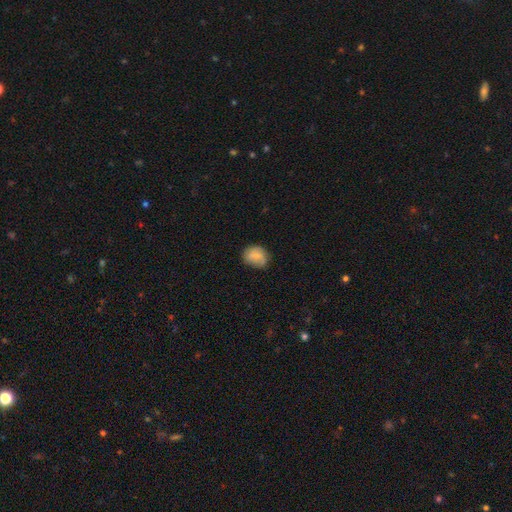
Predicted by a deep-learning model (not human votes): Smooth or featured? Predicted: smooth (p=0.76). How rounded? Predicted: round (p=0.57). Merging? Predicted: none (p=0.65).